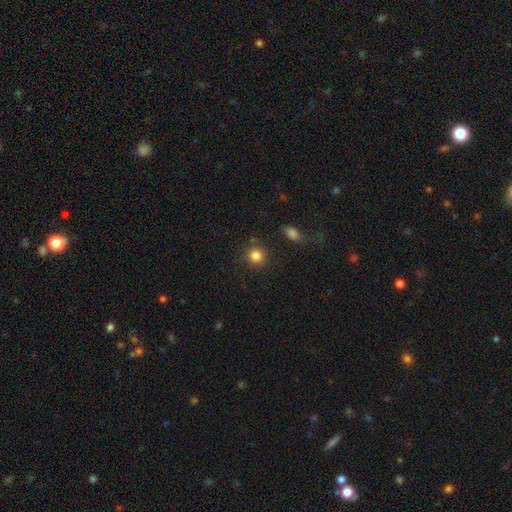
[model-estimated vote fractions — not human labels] Q: Smooth or featured?
A: smooth (84%); runner-up: star or artifact (11%)
Q: How rounded?
A: round (90%); runner-up: in between (9%)
Q: Merging?
A: none (82%); runner-up: minor disturbance (9%)